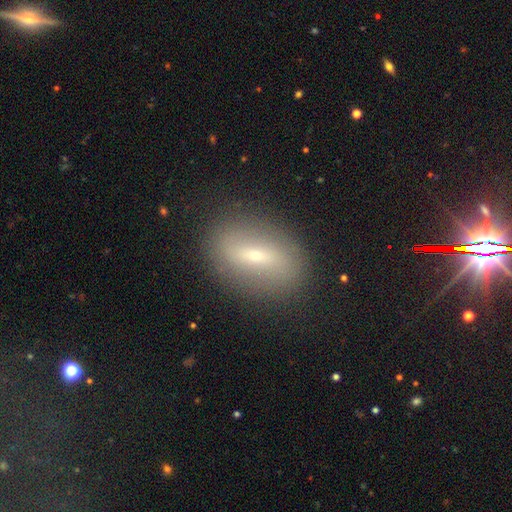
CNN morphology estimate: Overall: featured or disk (46%; smooth 42%). Merging: none (85%).